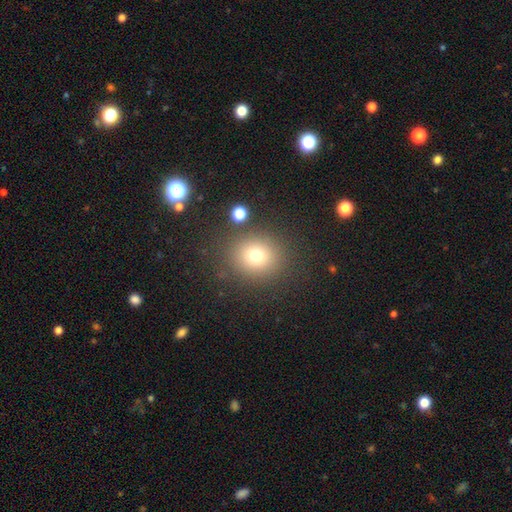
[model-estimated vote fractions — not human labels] A smooth galaxy with no disk features (74%) that is round (81%).

Vote fractions:
- Smooth or featured? smooth: 74% / star or artifact: 16% / featured or disk: 10%
- How rounded? round: 81% / in between: 18% / cigar-shaped: 1%
- Merging? none: 84% / minor disturbance: 8% / major disturbance: 4% / merger: 4%